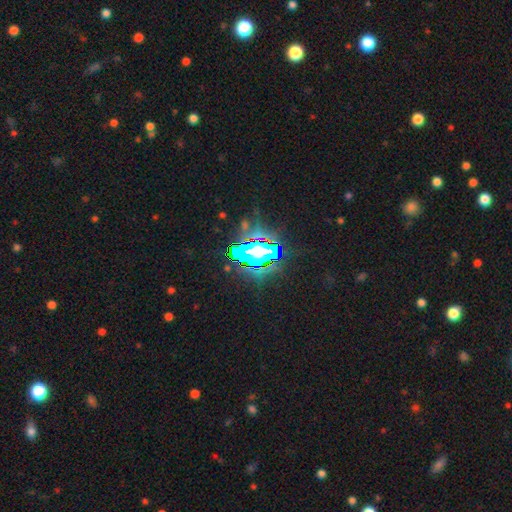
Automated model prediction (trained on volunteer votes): Smooth or featured? star or artifact (78%)